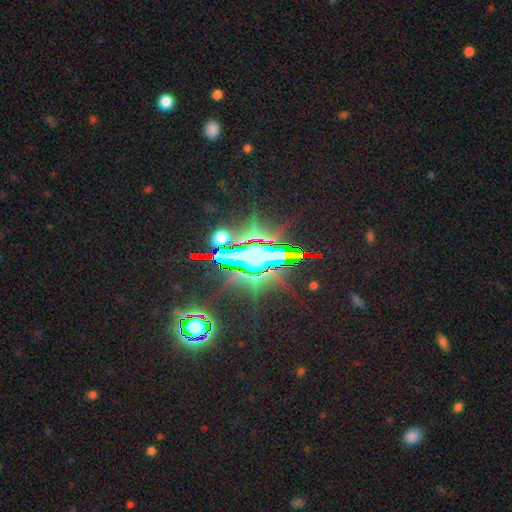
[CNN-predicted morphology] This is likely a star or artifact rather than a galaxy (73%).